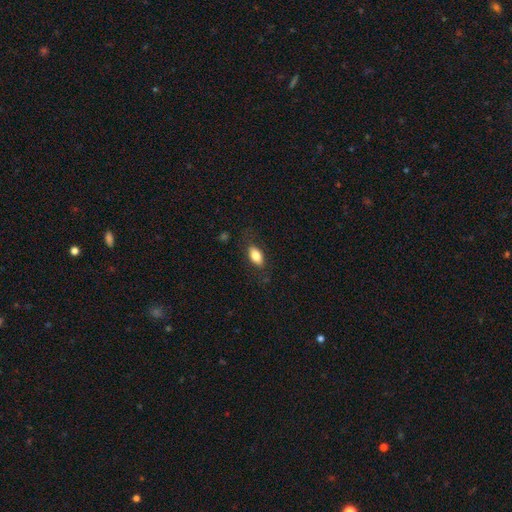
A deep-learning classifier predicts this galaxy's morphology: Smooth or featured: smooth — 81% (featured or disk — 12%)
How rounded: in between — 89% (cigar-shaped — 6%)
Merging: none — 80% (minor disturbance — 14%)